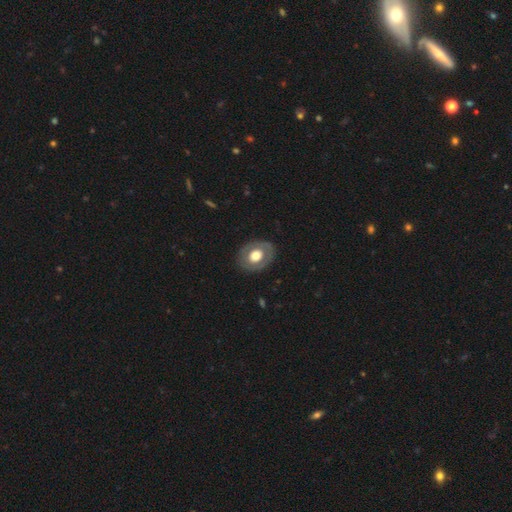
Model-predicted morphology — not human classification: Smooth or featured? Predicted: smooth (p=0.51). How rounded? Predicted: in between (p=0.54). Merging? Predicted: none (p=0.83).